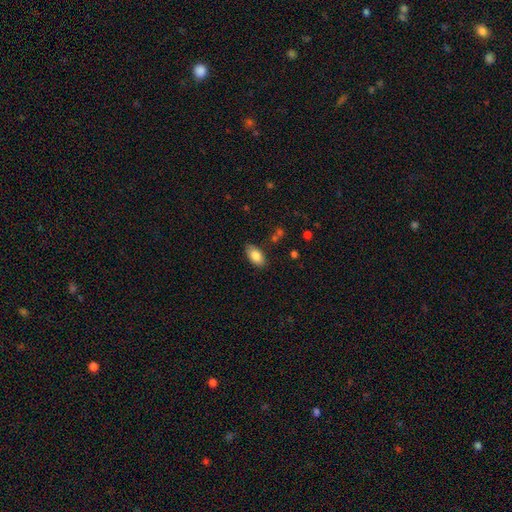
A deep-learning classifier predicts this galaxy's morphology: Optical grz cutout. It shows a smooth galaxy with no disk features (85%) that is in between round and cigar-shaped (93%). Merging: none (82%).